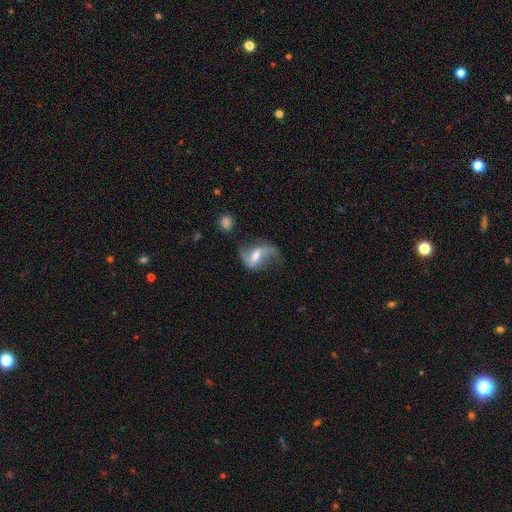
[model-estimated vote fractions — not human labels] Smooth or featured: featured or disk — 74% (smooth — 19%)
Edge-on disk: no — 95% (yes — 5%)
Bar: weak — 48% (strong — 31%)
Spiral arms: yes — 88% (no — 12%)
Spiral winding: loose — 79% (medium — 17%)
Spiral arm count: 2 — 83% (1 — 10%)
Bulge size: moderate — 58% (small — 28%)
Merging: none — 47% (minor disturbance — 24%)